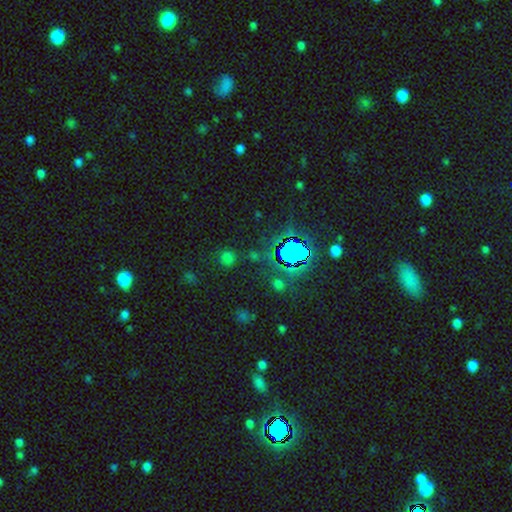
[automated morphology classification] The model was most divided on "smooth or featured": star or artifact: 57%, smooth: 35%, featured or disk: 8%.